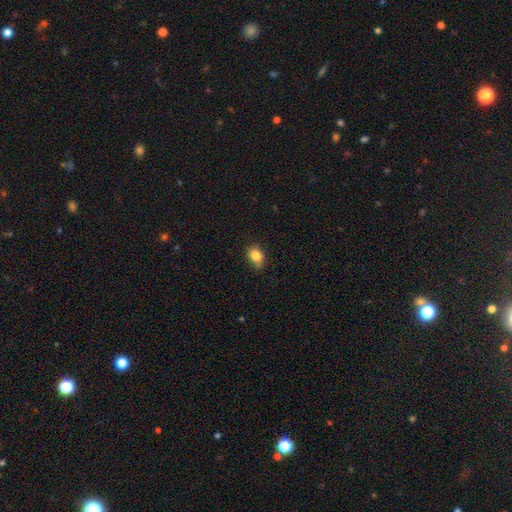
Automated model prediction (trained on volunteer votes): A smooth galaxy with no disk features (84%) that is in between round and cigar-shaped (53%).

Vote fractions:
- Smooth or featured? smooth: 84% / star or artifact: 10% / featured or disk: 6%
- How rounded? in between: 53% / round: 46% / cigar-shaped: 1%
- Merging? none: 72% / minor disturbance: 20% / merger: 4% / major disturbance: 4%